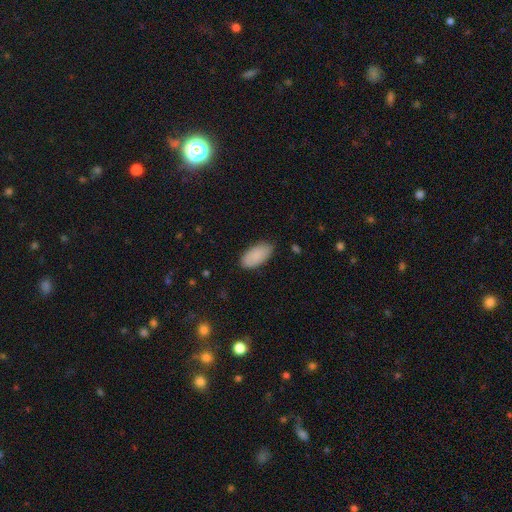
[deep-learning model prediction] Smooth or featured: smooth — 88% (star or artifact — 6%)
How rounded: in between — 94% (cigar-shaped — 4%)
Merging: none — 83% (minor disturbance — 14%)